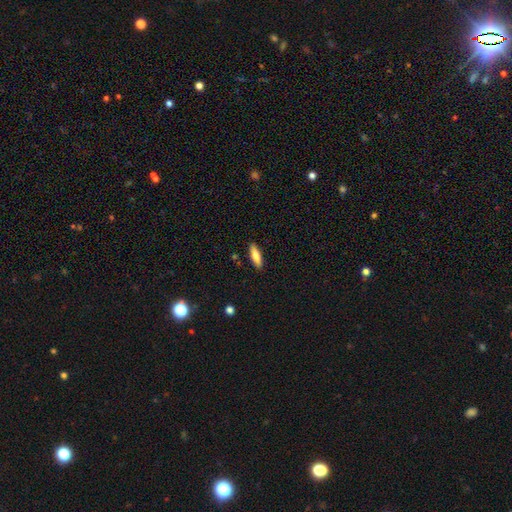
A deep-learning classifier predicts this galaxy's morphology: smooth_or_featured: smooth (p=0.74) [alt: featured or disk p=0.20]
how_rounded: cigar-shaped (p=0.50) [alt: in between p=0.48]
merging: none (p=0.88) [alt: minor disturbance p=0.08]